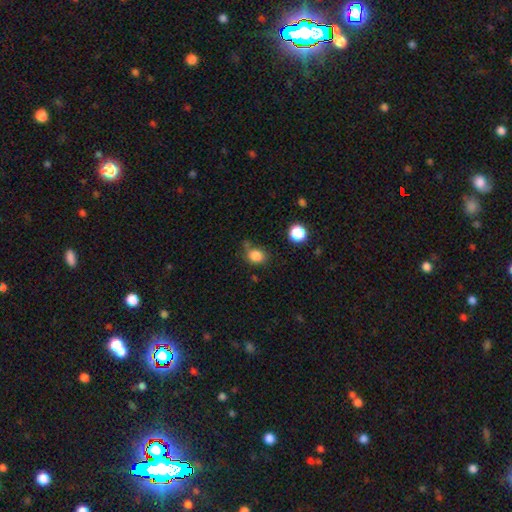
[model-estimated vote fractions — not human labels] This appears to be a smooth galaxy with no disk features (84%) that is round (55%). Merging: none (66%).